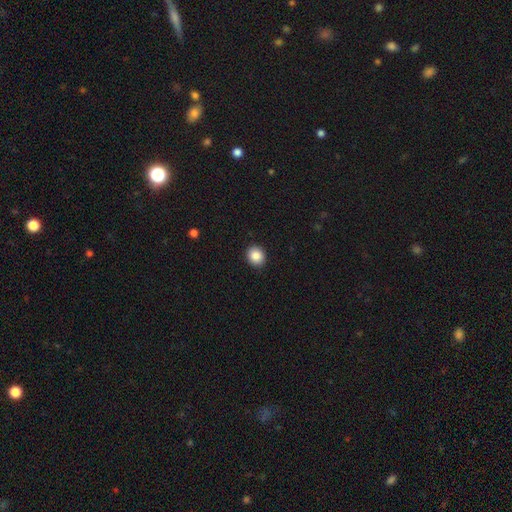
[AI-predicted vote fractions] A smooth galaxy with no disk features (87%) that is round (76%).

Vote fractions:
- Smooth or featured? smooth: 87% / star or artifact: 9% / featured or disk: 4%
- How rounded? round: 76% / in between: 23% / cigar-shaped: 1%
- Merging? none: 92% / minor disturbance: 6% / major disturbance: 2% / merger: 1%